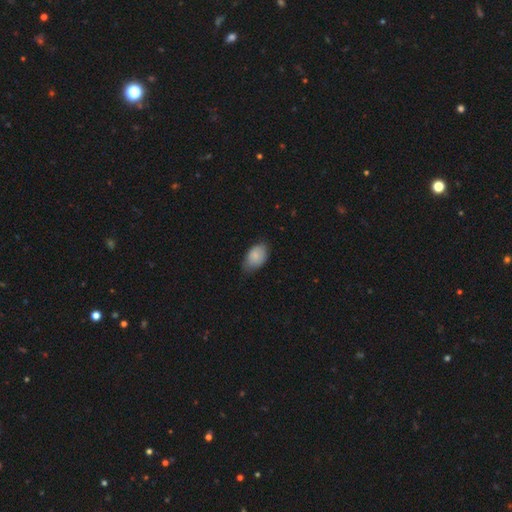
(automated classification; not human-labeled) Smooth or featured? smooth (83%)
How rounded? in between (90%)
Merging? none (66%)